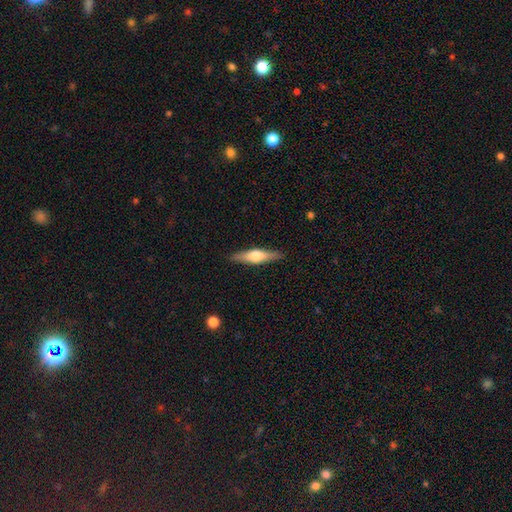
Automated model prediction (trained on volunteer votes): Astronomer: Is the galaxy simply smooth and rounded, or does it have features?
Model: featured or disk — 57% (runner-up: smooth, 38%).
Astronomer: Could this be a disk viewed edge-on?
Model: yes — 94%.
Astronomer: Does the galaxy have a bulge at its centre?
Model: rounded — 92%.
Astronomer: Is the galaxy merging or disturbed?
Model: none — 89%.